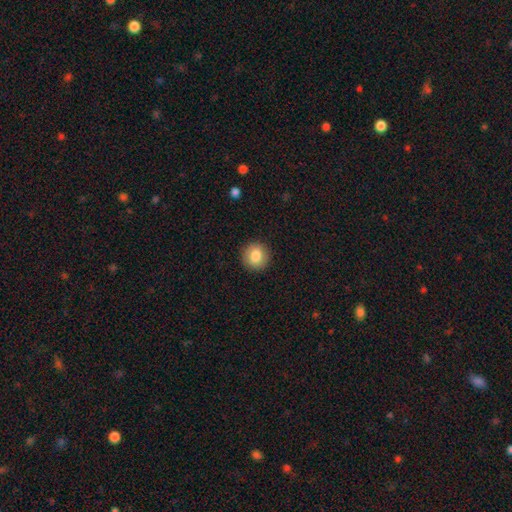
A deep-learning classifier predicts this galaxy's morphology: A smooth galaxy with no disk features (83%) that is round (93%). Merging: none (91%).